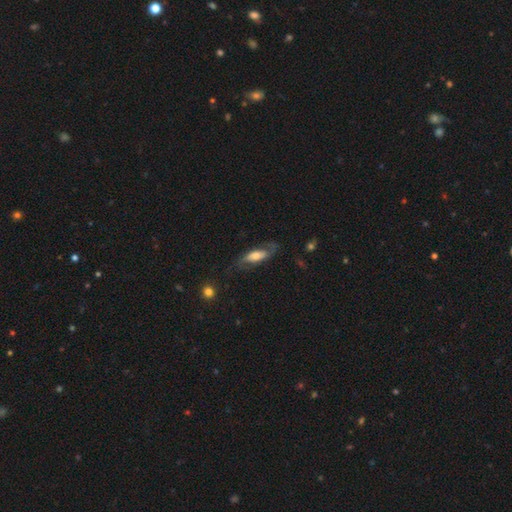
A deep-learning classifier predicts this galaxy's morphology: Smooth or featured?
  - featured or disk: 53% *
  - smooth: 40%
  - star or artifact: 7%
Edge-on disk?
  - no: 79% *
  - yes: 21%
Merging?
  - none: 60% *
  - minor disturbance: 22%
  - major disturbance: 17%
  - merger: 2%